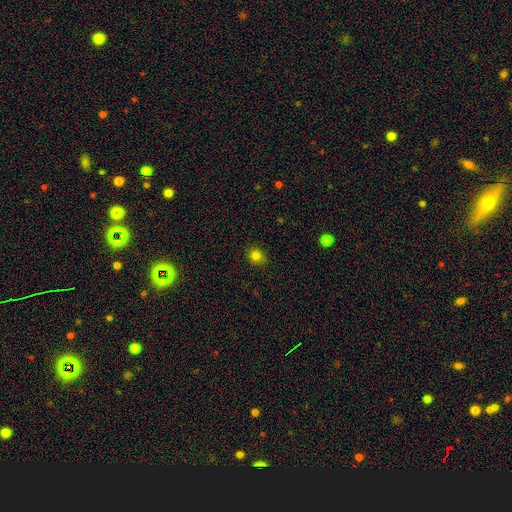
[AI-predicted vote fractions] smooth-or-featured: smooth: 81% | star or artifact: 14% | featured or disk: 6%
  how-rounded: round: 79% | in between: 20% | cigar-shaped: 1%
  merging: none: 85% | minor disturbance: 12% | major disturbance: 2% | merger: 1%